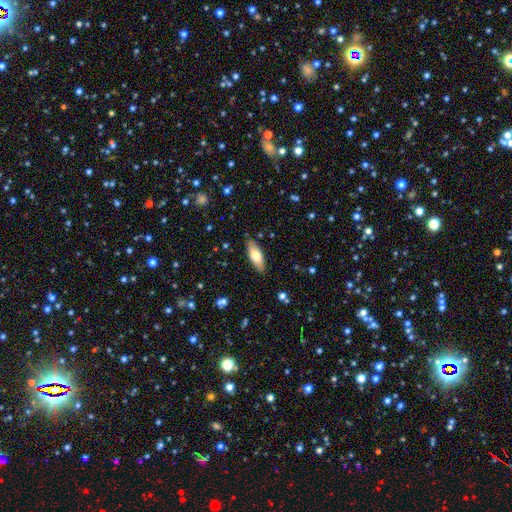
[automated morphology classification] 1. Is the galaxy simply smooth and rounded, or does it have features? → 71% smooth, 23% featured or disk, 6% star or artifact.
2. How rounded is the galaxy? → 77% in between, 22% cigar-shaped, 2% round.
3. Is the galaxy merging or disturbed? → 86% none, 11% minor disturbance, 2% major disturbance, 1% merger.